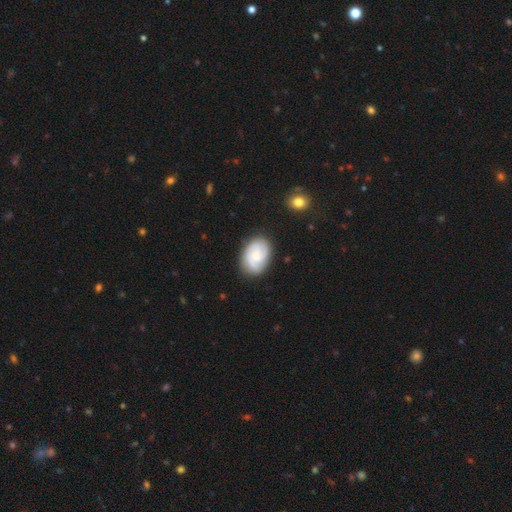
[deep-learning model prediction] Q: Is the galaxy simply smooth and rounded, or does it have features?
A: featured or disk — 55%.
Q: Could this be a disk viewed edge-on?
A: no — 97%.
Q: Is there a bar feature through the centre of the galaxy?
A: no — 66%.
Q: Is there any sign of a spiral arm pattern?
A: yes — 92%.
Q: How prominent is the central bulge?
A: small — 50%.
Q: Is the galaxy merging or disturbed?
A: none — 78%.